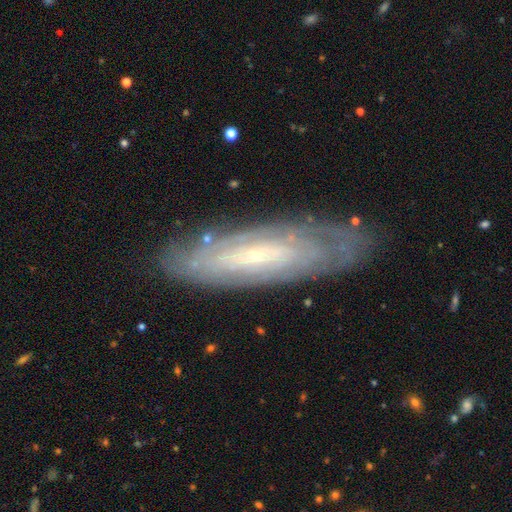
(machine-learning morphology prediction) This is likely a featured or disk galaxy (71%). It is likely not viewed edge-on (72%). Bar: likely no (65%). Spiral arm pattern: likely yes (77%). Central bulge: clearly small (82%). Merging: clearly none (80%).